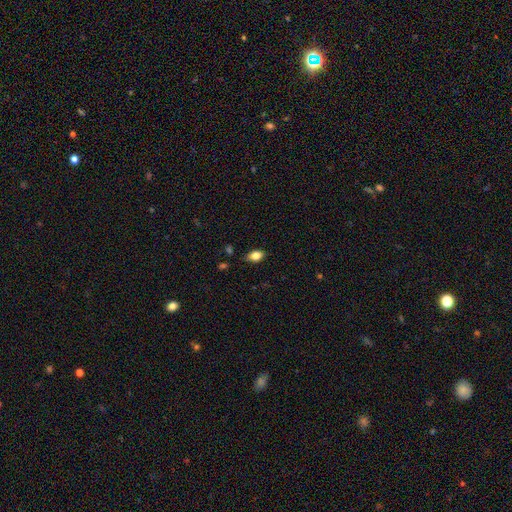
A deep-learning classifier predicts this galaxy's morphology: Smooth or featured? Predicted: smooth (p=0.82). How rounded? Predicted: in between (p=0.87). Merging? Predicted: none (p=0.80).